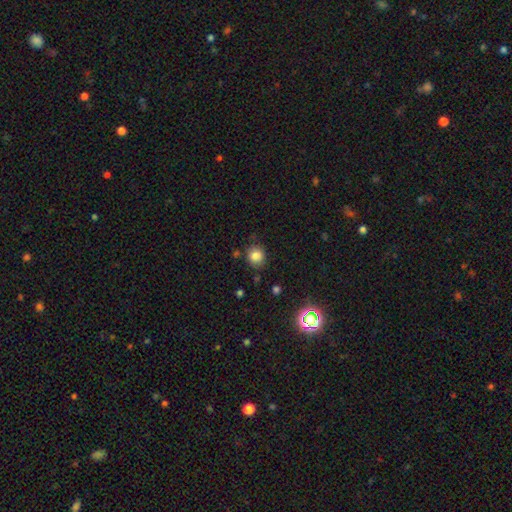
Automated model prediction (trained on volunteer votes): Smooth or featured: smooth — 83% (star or artifact — 12%)
How rounded: round — 83% (in between — 16%)
Merging: none — 82% (minor disturbance — 11%)